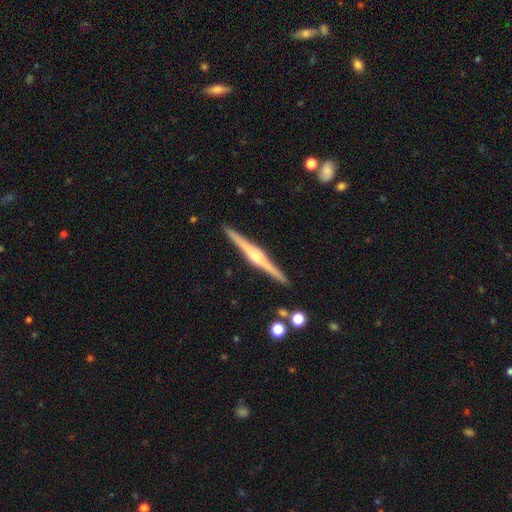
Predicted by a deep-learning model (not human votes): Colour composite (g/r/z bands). It shows a featured or disk galaxy (83%) viewed edge-on (99%) with a rounded central bulge (82%). Merging: none (92%).